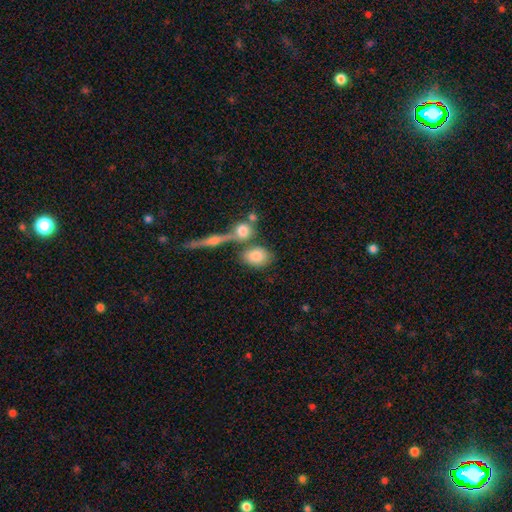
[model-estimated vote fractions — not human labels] smooth 79%, featured or disk 13%, star or artifact 8%. Down the decision tree: how rounded — in between (61%); merging — none (58%).